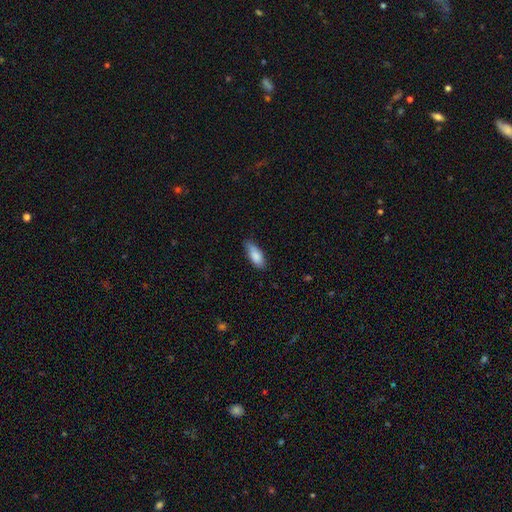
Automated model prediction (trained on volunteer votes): smooth 86%, featured or disk 8%, star or artifact 6%. Down the decision tree: how rounded — in between (76%); merging — none (73%).